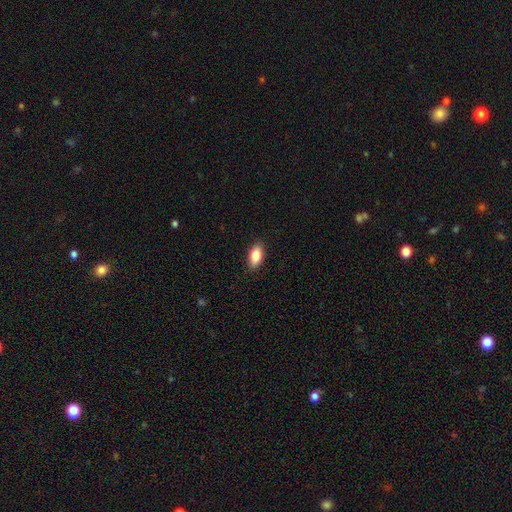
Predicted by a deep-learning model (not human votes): The model was most divided on "smooth or featured": smooth: 86%, featured or disk: 8%, star or artifact: 7%. More confident: how rounded — in between (91%); merging — none (89%).